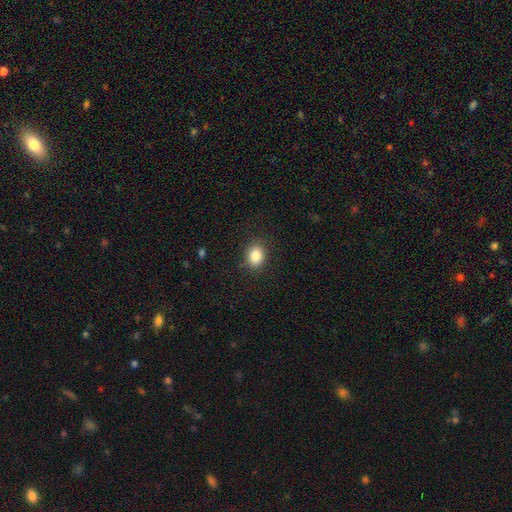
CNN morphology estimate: smooth-or-featured: smooth: 85% | star or artifact: 9% | featured or disk: 5%
  how-rounded: in between: 54% | round: 45% | cigar-shaped: 1%
  merging: none: 87% | minor disturbance: 9% | major disturbance: 3% | merger: 1%